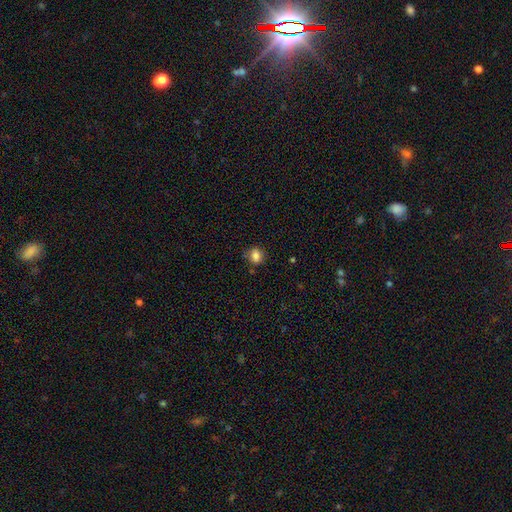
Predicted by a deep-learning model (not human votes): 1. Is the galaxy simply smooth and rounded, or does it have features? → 83% smooth, 11% star or artifact, 6% featured or disk.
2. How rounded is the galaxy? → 59% round, 40% in between, 1% cigar-shaped.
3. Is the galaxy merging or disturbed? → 78% none, 16% minor disturbance, 4% major disturbance, 3% merger.